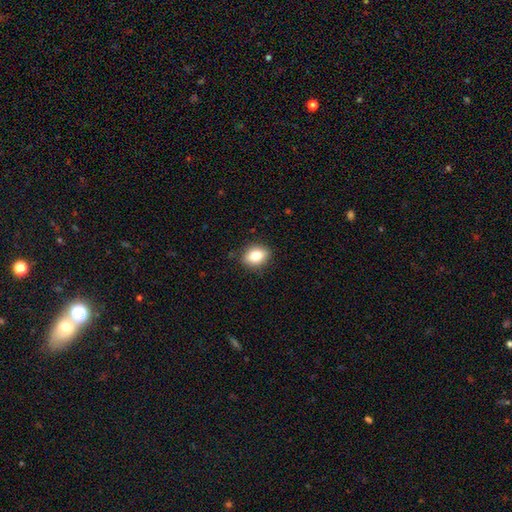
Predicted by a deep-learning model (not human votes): Smooth or featured?
  - smooth: 81% *
  - featured or disk: 10%
  - star or artifact: 9%
How rounded?
  - in between: 61% *
  - round: 37%
  - cigar-shaped: 1%
Merging?
  - none: 85% *
  - minor disturbance: 11%
  - major disturbance: 2%
  - merger: 1%